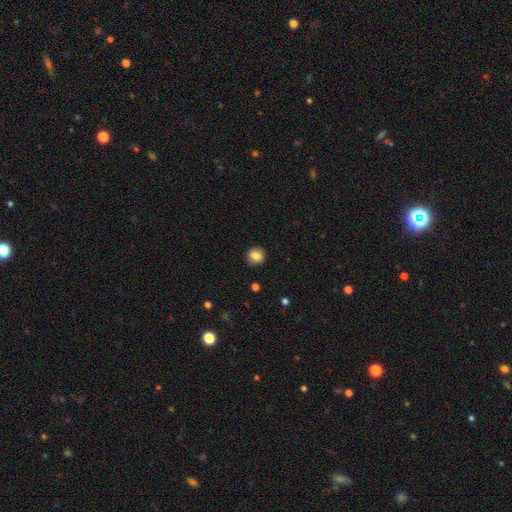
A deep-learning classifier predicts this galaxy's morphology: A smooth galaxy with no disk features (83%) that is round (82%). Merging: none (89%).